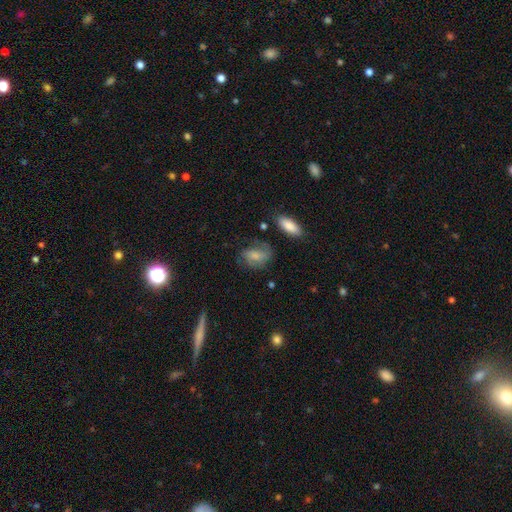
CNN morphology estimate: Smooth or featured? Predicted: smooth (p=0.53). How rounded? Predicted: in between (p=0.76). Merging? Predicted: none (p=0.53).